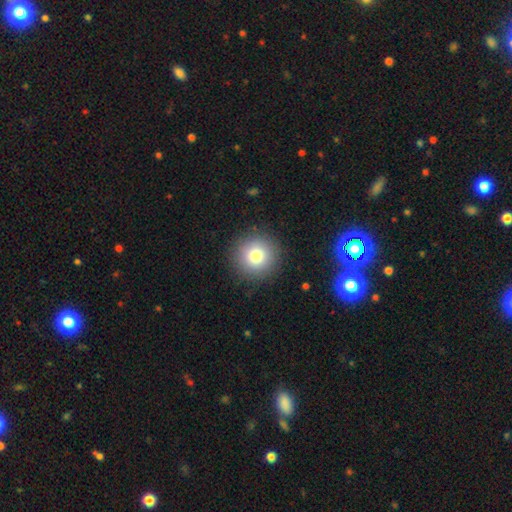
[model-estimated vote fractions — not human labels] Smooth or featured: smooth — 80% (star or artifact — 11%)
How rounded: round — 95% (in between — 4%)
Merging: none — 91% (minor disturbance — 6%)